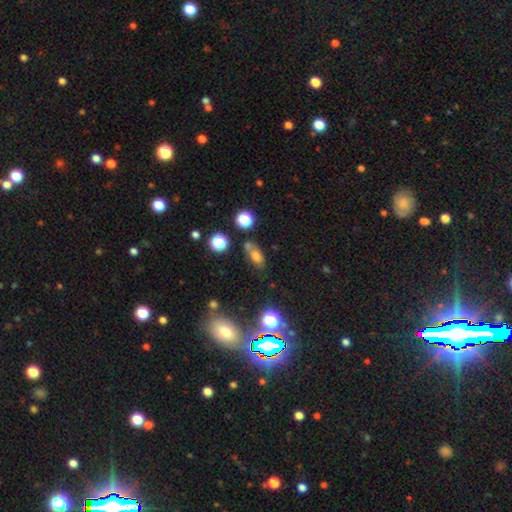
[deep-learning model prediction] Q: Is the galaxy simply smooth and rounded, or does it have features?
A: smooth — 65%.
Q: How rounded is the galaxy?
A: in between — 79%.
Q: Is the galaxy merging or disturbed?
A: none — 57%.